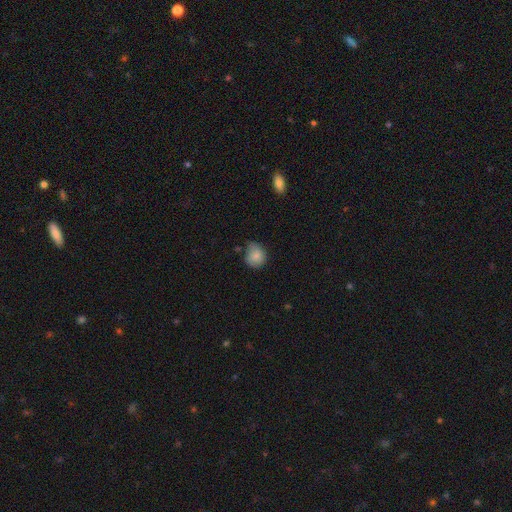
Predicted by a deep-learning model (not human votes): smooth 83%, star or artifact 9%, featured or disk 9%. Down the decision tree: how rounded — round (71%); merging — none (57%).